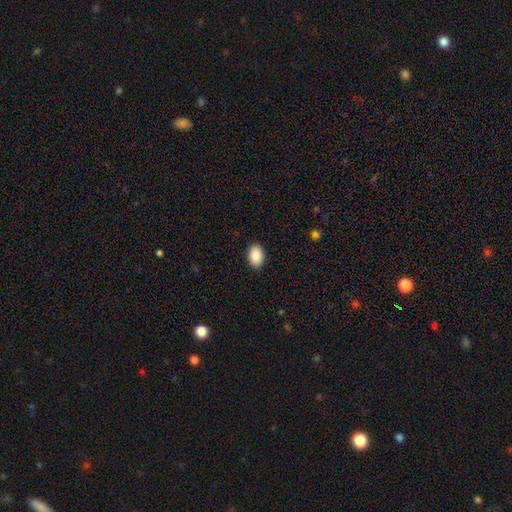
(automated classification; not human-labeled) Q: Smooth or featured?
A: smooth (88%); runner-up: star or artifact (7%)
Q: How rounded?
A: in between (88%); runner-up: round (11%)
Q: Merging?
A: none (91%); runner-up: minor disturbance (7%)